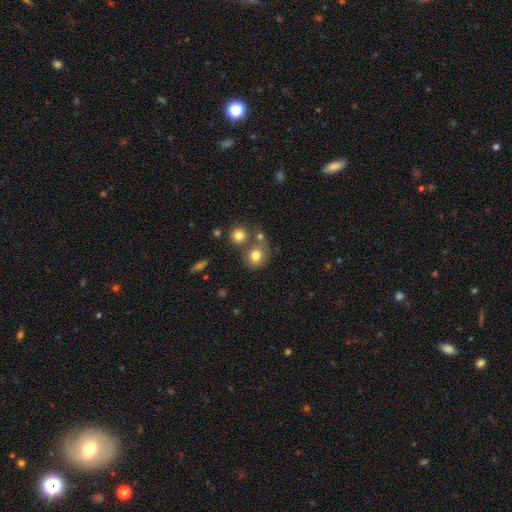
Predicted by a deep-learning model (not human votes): Overall: smooth (78%). How rounded: round (73%). Merging: none (59%; merger 24%).